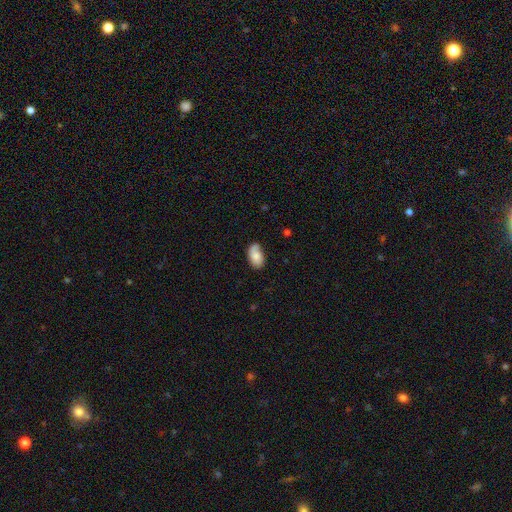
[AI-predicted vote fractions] Smooth or featured: smooth — 76% (featured or disk — 17%)
How rounded: in between — 93% (round — 5%)
Merging: none — 68% (minor disturbance — 25%)